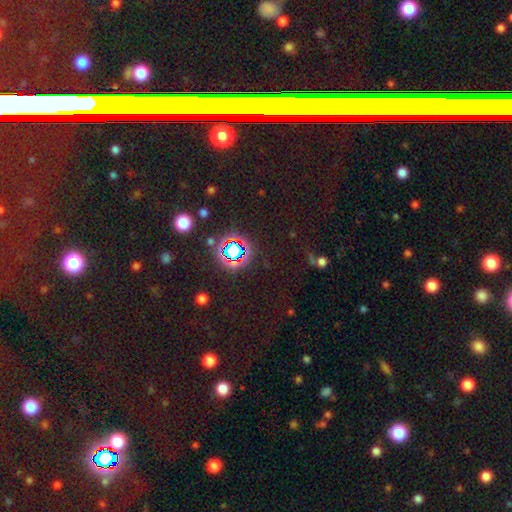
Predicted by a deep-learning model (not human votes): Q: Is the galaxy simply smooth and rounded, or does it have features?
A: star or artifact — 73%.